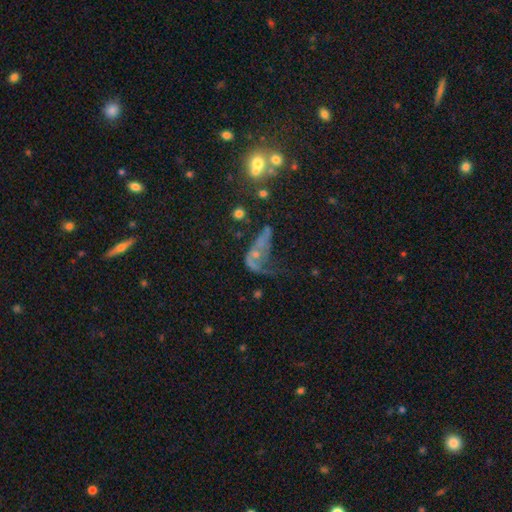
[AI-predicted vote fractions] Smooth or featured: featured or disk — 52% (smooth — 30%)
Edge-on disk: no — 92% (yes — 8%)
Merging: major disturbance — 51% (none — 19%)